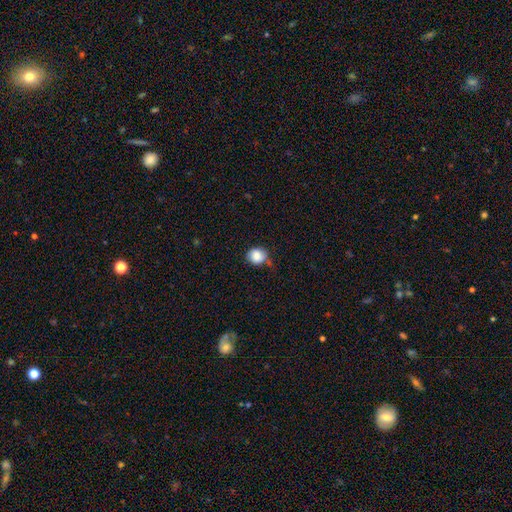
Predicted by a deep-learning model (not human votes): A smooth galaxy with no disk features (85%) that is round (77%). Merging: none (65%).